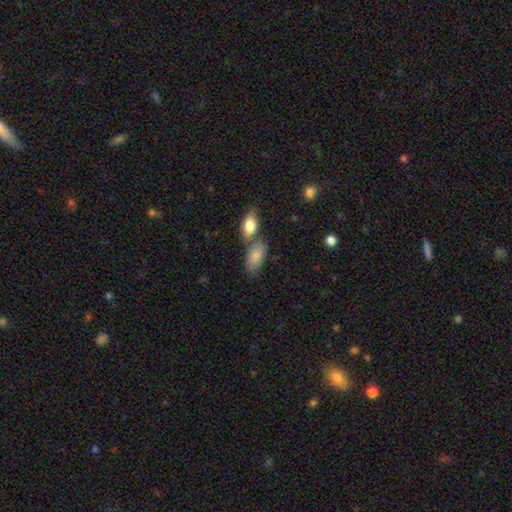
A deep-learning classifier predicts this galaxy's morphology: Smooth or featured? Predicted: smooth (p=0.82). How rounded? Predicted: in between (p=0.91). Merging? Predicted: none (p=0.47).